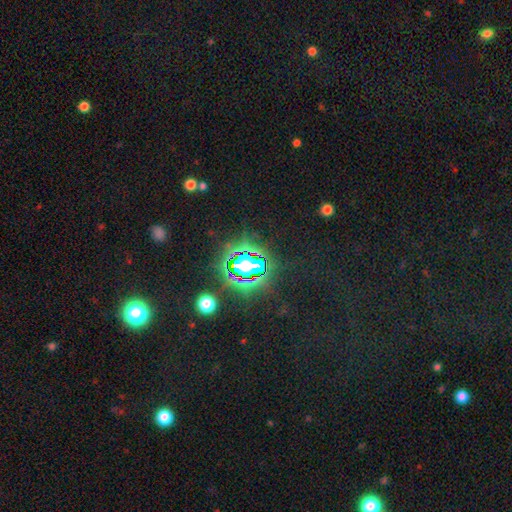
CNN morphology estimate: Q: Smooth or featured?
A: star or artifact (76%); runner-up: smooth (14%)